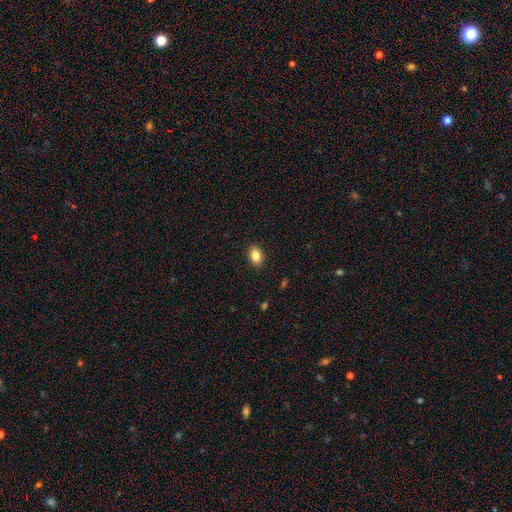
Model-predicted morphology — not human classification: The model was most divided on "how rounded": in between: 82%, round: 17%, cigar-shaped: 1%. More confident: merging — none (89%); smooth or featured — smooth (84%).